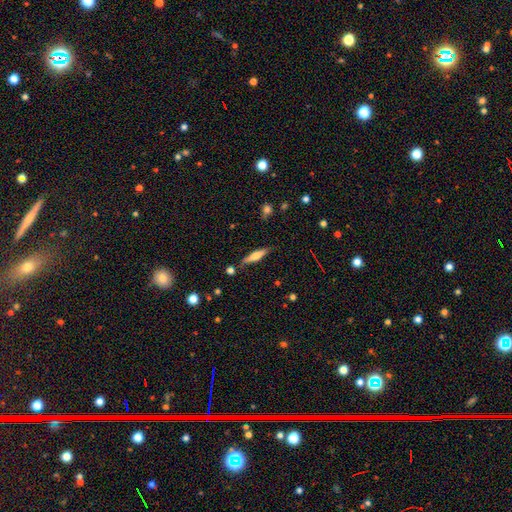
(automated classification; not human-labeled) This appears to be a featured or disk galaxy (55%) viewed edge-on (95%) with a rounded central bulge (84%). Merging: none (81%).